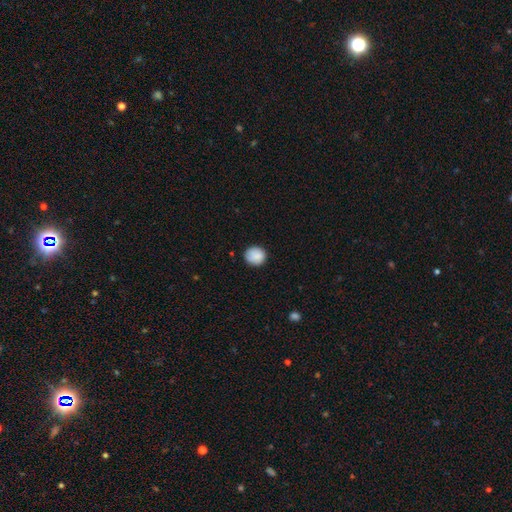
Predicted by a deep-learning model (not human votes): This appears to be a smooth galaxy with no disk features (88%) that is round (88%). Merging: none (85%).